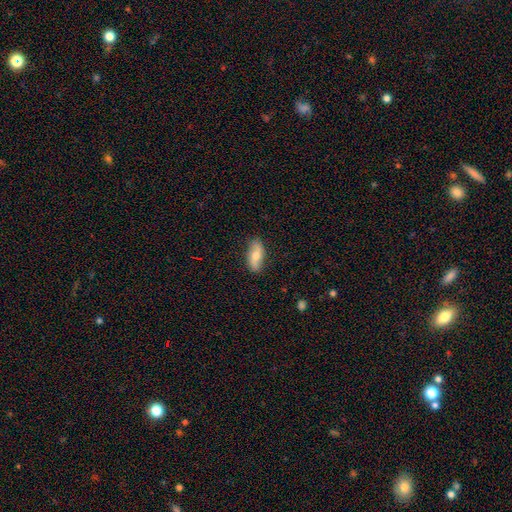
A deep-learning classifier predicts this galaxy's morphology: This is possibly a smooth galaxy (57%). How rounded: clearly in between (80%). Merging: clearly none (84%).